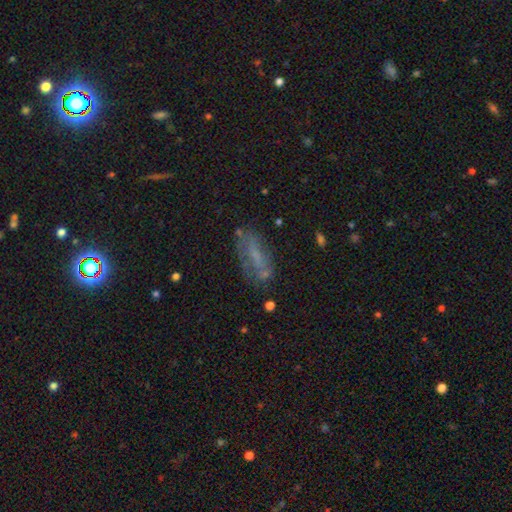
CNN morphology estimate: A smooth galaxy with no disk features (45%).

Vote fractions:
- Smooth or featured? smooth: 45% / featured or disk: 42% / star or artifact: 13%
- Merging? none: 58% / minor disturbance: 23% / major disturbance: 14% / merger: 6%